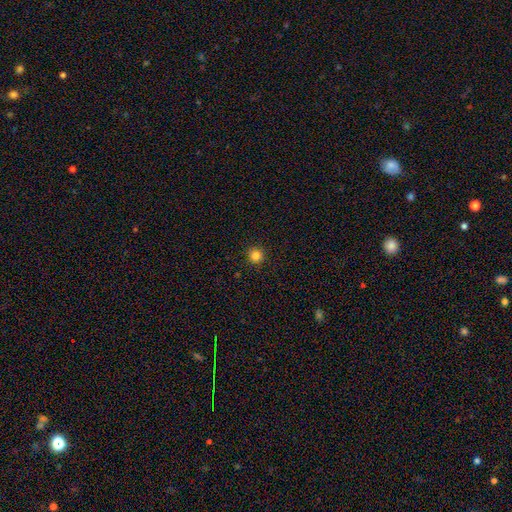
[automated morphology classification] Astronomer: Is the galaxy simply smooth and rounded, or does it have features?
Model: smooth — 83%.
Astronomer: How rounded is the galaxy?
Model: round — 96%.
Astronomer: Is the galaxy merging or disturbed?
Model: none — 93%.